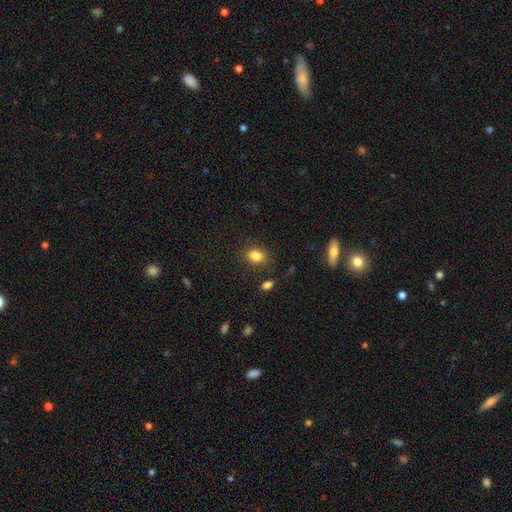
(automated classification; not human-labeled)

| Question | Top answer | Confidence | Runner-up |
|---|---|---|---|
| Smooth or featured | smooth | 84% | star or artifact (10%) |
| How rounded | in between | 70% | round (29%) |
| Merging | none | 81% | minor disturbance (12%) |